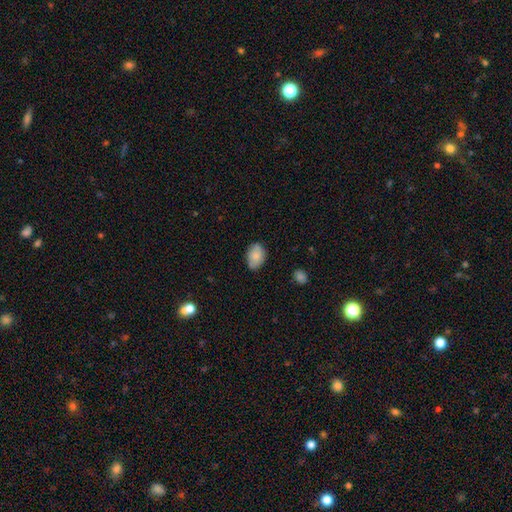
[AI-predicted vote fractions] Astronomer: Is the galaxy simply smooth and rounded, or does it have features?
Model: smooth — 83%.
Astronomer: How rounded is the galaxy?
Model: in between — 87%.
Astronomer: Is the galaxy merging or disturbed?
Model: none — 78%.